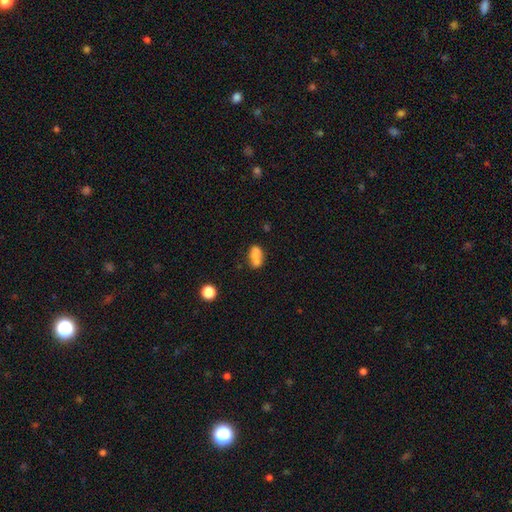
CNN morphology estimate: A smooth galaxy with no disk features (70%) that is in between round and cigar-shaped (83%).

Vote fractions:
- Smooth or featured? smooth: 70% / featured or disk: 20% / star or artifact: 10%
- How rounded? in between: 83% / round: 13% / cigar-shaped: 4%
- Merging? none: 42% / merger: 36% / minor disturbance: 16% / major disturbance: 6%